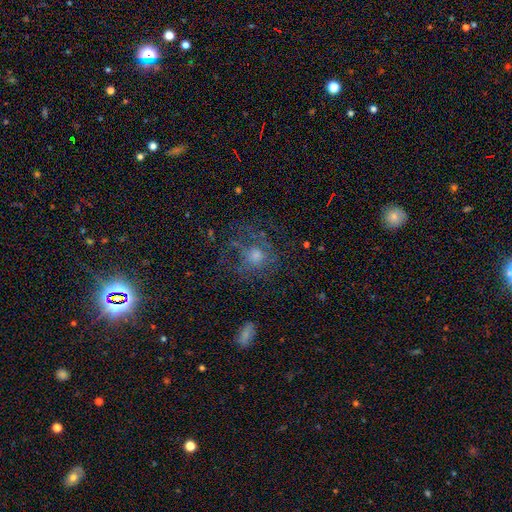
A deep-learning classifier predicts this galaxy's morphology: A featured or disk galaxy (46%). Merging: none (61%).